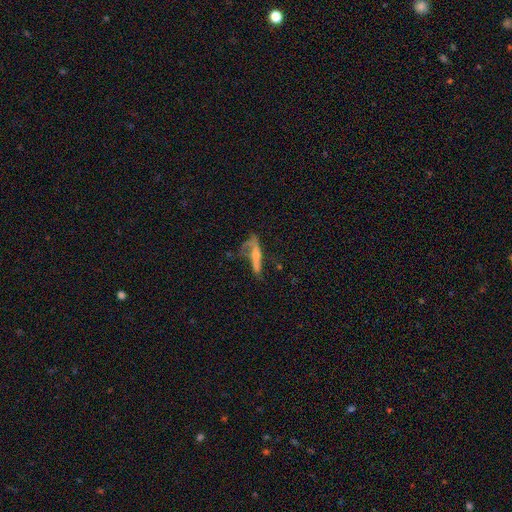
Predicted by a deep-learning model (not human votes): A featured or disk galaxy (45%, tied with smooth).

Vote fractions:
- Smooth or featured? featured or disk: 45% (tied) / smooth: 45% (tied) / star or artifact: 10%
- Merging? major disturbance: 37% / none: 30% / minor disturbance: 22% / merger: 12%